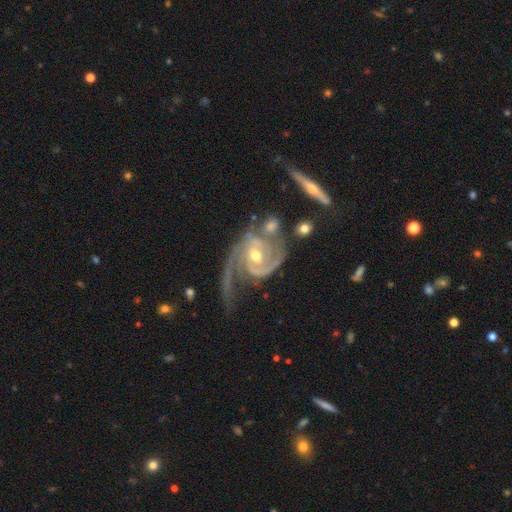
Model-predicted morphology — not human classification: smooth-or-featured: featured or disk: 92% | star or artifact: 4% | smooth: 3%
  disk-edge-on: no: 96% | yes: 4%
    bar: no: 50% | weak: 34% | strong: 16%
    has-spiral-arms: yes: 98% | no: 2%
      spiral-winding: tight: 45% | medium: 41% | loose: 14%
      spiral-arm-count: 2: 59% | 3: 15% | can't tell: 10% | 1: 9% | 4: 4% | more than 4: 4%
    bulge-size: moderate: 60% | small: 36% | large: 2% | none: 1% | dominant: 1%
  merging: none: 38% | major disturbance: 25% | minor disturbance: 22% | merger: 15%